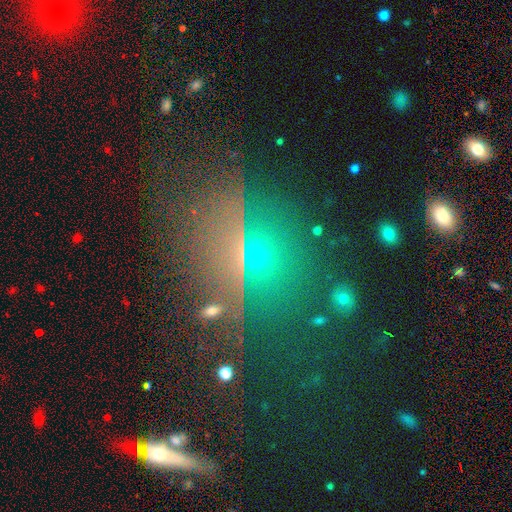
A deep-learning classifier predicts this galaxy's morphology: smooth-or-featured: star or artifact: 48% | smooth: 39% | featured or disk: 13%